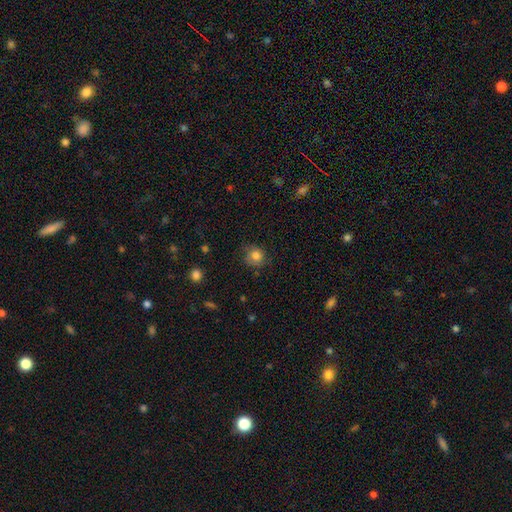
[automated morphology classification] Smooth or featured? Predicted: smooth (p=0.82). How rounded? Predicted: round (p=0.84). Merging? Predicted: none (p=0.71).